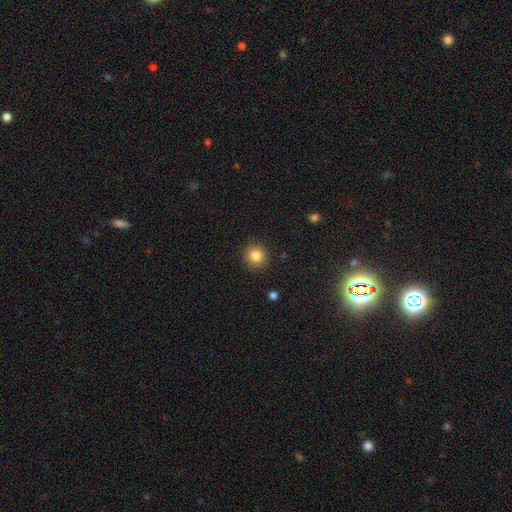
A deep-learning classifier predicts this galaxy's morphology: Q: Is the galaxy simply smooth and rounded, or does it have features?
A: smooth — 85%.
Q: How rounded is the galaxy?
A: round — 91%.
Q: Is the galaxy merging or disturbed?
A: none — 90%.